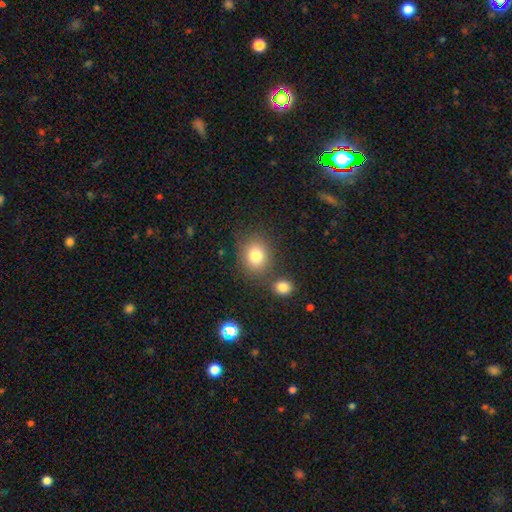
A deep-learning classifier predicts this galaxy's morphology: smooth_or_featured: smooth (p=0.80) [alt: star or artifact p=0.11]
how_rounded: round (p=0.66) [alt: in between p=0.33]
merging: none (p=0.72) [alt: merger p=0.14]